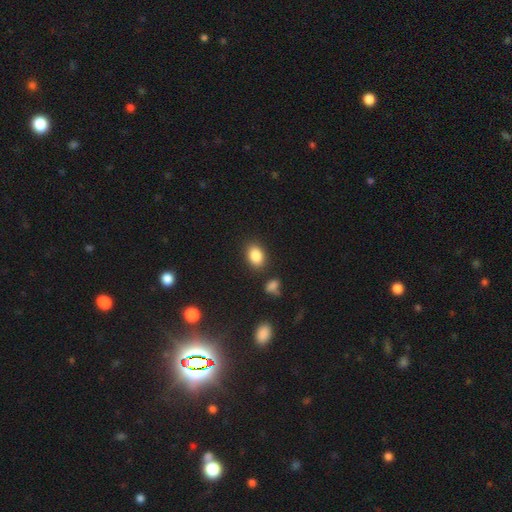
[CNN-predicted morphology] This is clearly a smooth galaxy (86%). How rounded: likely in between (77%). Merging: clearly none (83%).